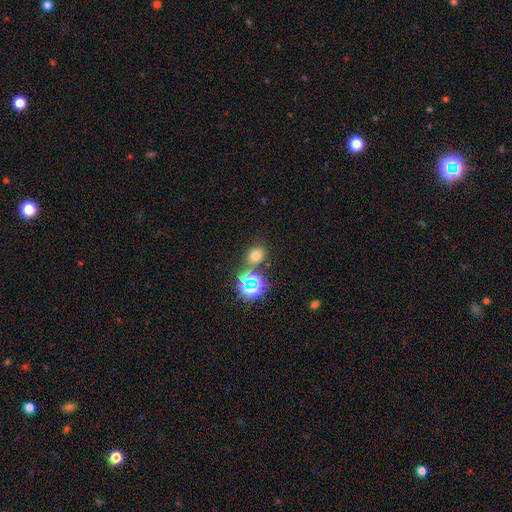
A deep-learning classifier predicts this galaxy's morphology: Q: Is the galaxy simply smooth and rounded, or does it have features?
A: smooth — 64%.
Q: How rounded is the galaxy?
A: round — 63%.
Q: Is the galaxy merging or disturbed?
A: none — 75%.